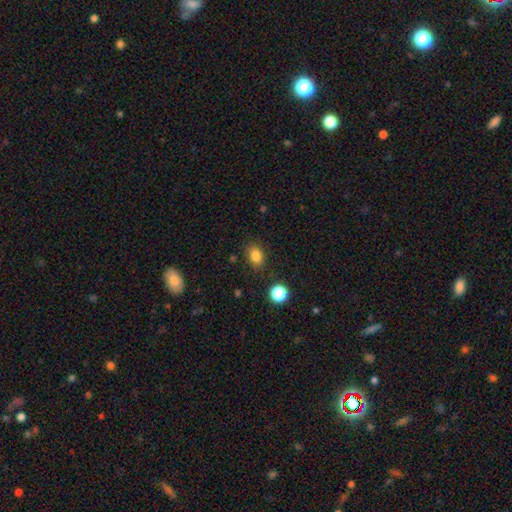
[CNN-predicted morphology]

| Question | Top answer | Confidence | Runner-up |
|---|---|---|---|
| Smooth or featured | smooth | 83% | star or artifact (12%) |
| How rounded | in between | 68% | round (31%) |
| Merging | none | 83% | minor disturbance (11%) |